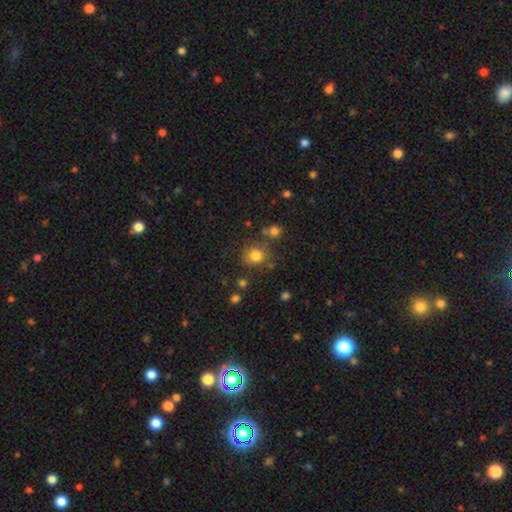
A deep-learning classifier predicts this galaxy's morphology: Smooth or featured: smooth — 80% (star or artifact — 13%)
How rounded: round — 84% (in between — 15%)
Merging: none — 77% (minor disturbance — 11%)